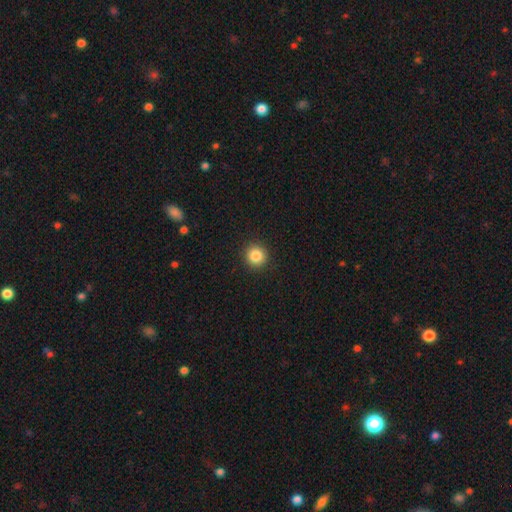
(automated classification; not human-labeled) Morphology: type=smooth (85%); roundness=round (94%); merging=none (92%).